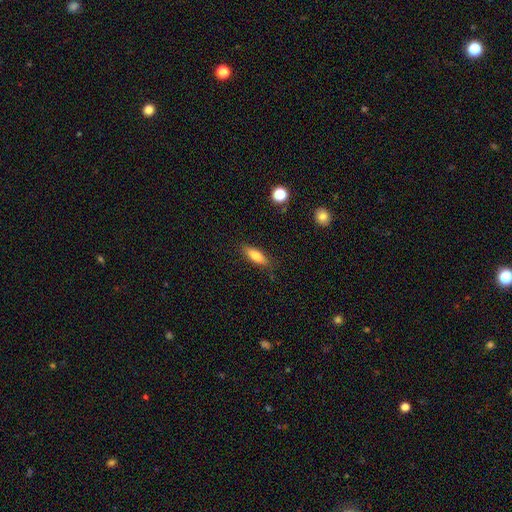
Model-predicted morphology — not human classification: This is likely a smooth galaxy (77%). How rounded: likely in between (60%). Merging: clearly none (83%).